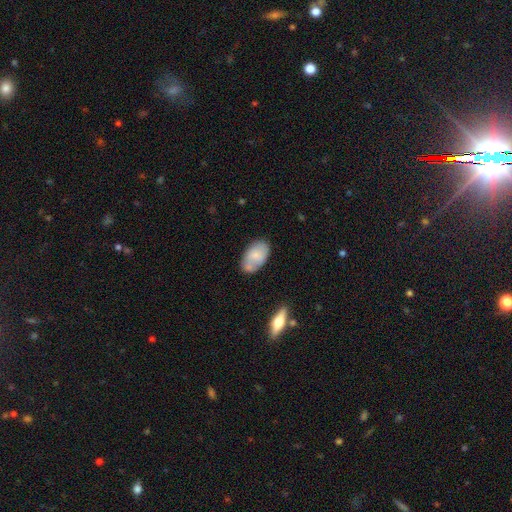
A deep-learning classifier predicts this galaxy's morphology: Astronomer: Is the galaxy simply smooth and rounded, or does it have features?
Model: smooth — 70%.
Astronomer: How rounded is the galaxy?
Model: in between — 93%.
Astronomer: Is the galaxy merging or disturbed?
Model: none — 59%.